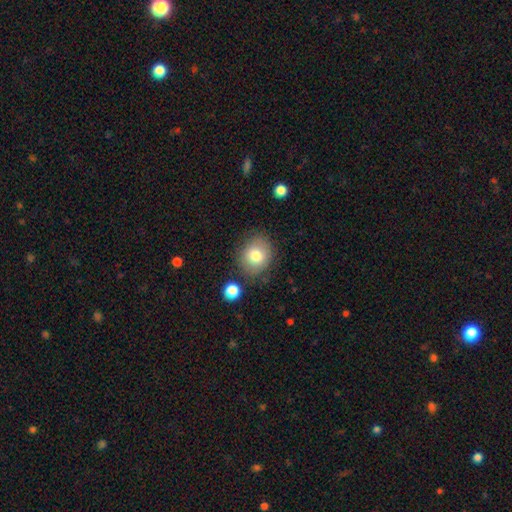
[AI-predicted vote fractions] A smooth galaxy with no disk features (78%) that is round (69%). Merging: none (77%).